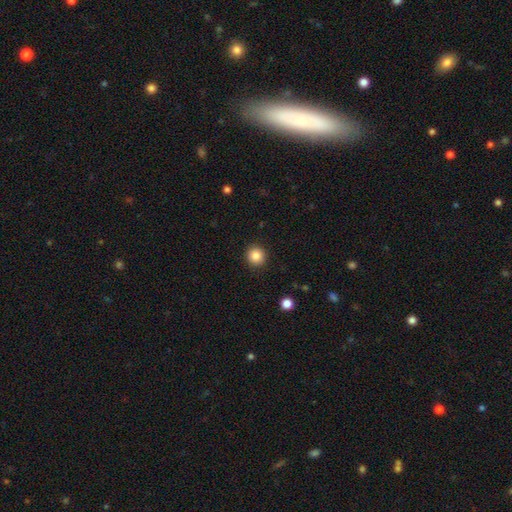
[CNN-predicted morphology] smooth_or_featured: smooth (p=0.86) [alt: star or artifact p=0.10]
how_rounded: round (p=0.94) [alt: in between p=0.05]
merging: none (p=0.92) [alt: minor disturbance p=0.05]